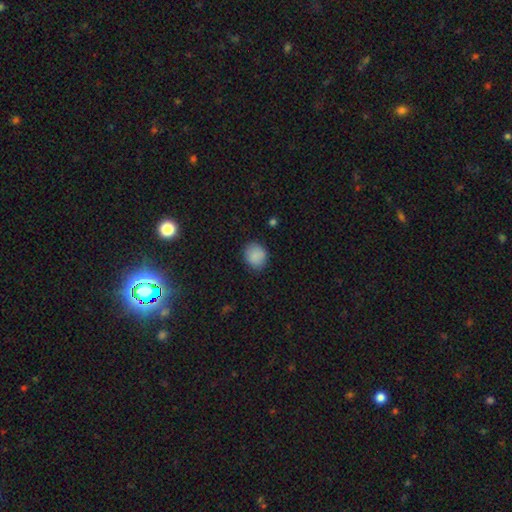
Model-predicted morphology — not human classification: Q: Smooth or featured?
A: smooth (87%); runner-up: star or artifact (8%)
Q: How rounded?
A: round (74%); runner-up: in between (25%)
Q: Merging?
A: none (84%); runner-up: minor disturbance (12%)